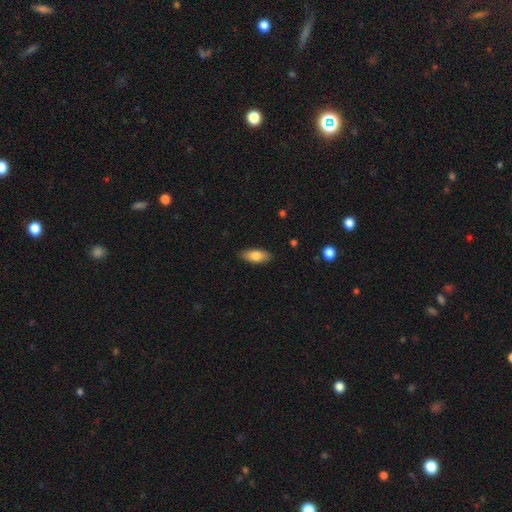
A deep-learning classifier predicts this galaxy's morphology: This is likely a smooth galaxy (77%). How rounded: clearly in between (82%). Merging: clearly none (88%).